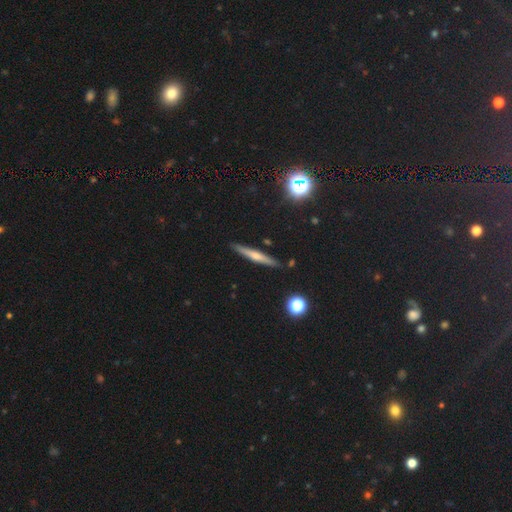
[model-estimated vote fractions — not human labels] featured or disk 49%, smooth 43%, star or artifact 9%. Down the decision tree: merging — none (89%).